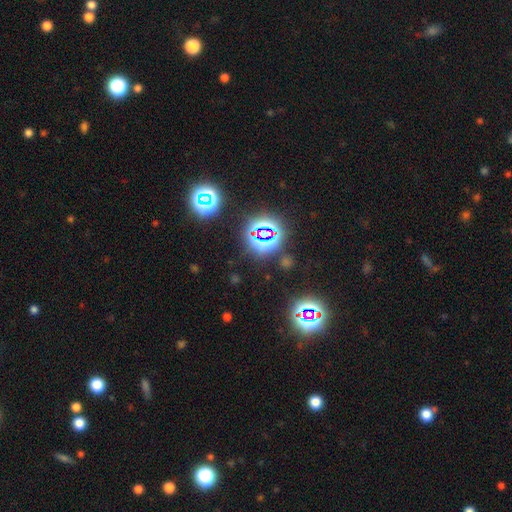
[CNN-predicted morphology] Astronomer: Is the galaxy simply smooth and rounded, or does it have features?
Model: star or artifact — 79%.